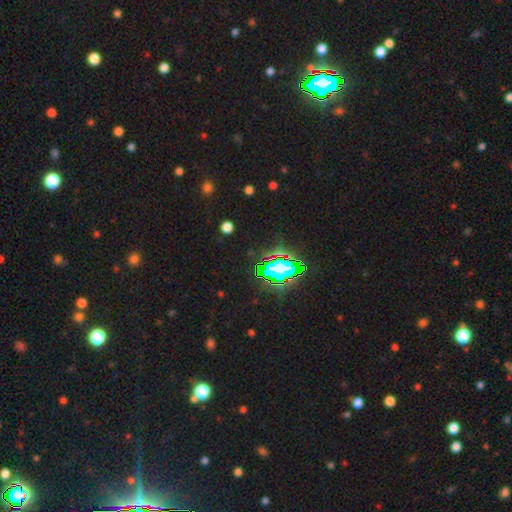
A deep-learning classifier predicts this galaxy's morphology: The model was most divided on "smooth or featured": star or artifact: 79%, smooth: 13%, featured or disk: 8%.